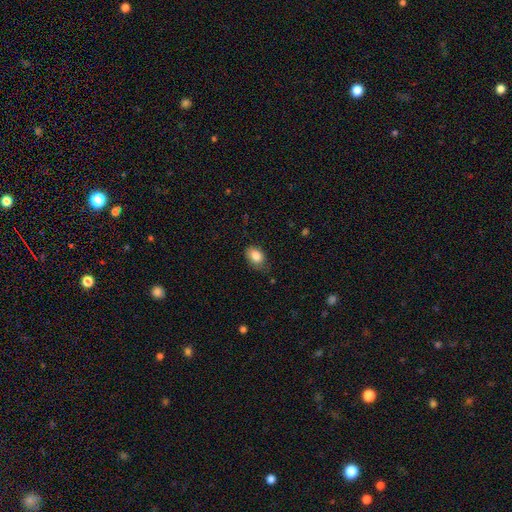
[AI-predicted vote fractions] smooth-or-featured: smooth: 85% | star or artifact: 8% | featured or disk: 7%
  how-rounded: in between: 82% | round: 17% | cigar-shaped: 1%
  merging: none: 64% | minor disturbance: 28% | major disturbance: 7% | merger: 1%